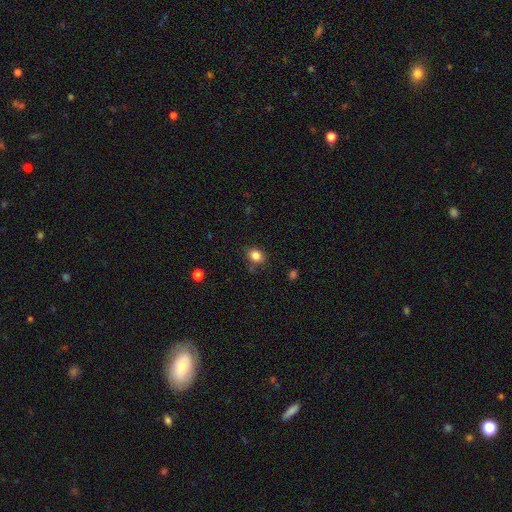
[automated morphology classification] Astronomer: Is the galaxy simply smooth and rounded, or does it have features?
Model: smooth — 84%.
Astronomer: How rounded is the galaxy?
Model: round — 58% (runner-up: in between, 42%).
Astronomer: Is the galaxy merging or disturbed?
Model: none — 77%.